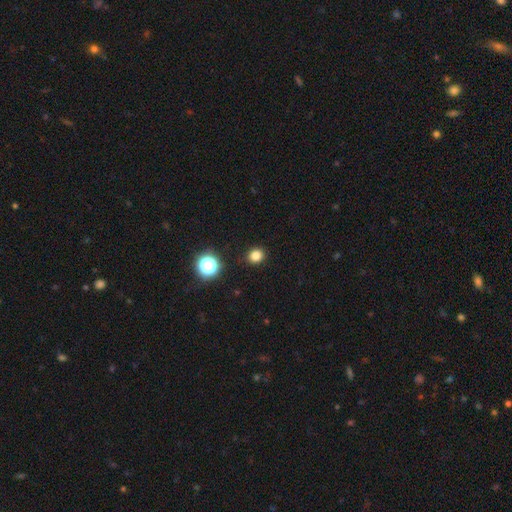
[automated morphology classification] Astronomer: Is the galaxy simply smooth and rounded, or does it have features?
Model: smooth — 81%.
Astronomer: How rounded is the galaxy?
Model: round — 79%.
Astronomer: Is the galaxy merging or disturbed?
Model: none — 91%.